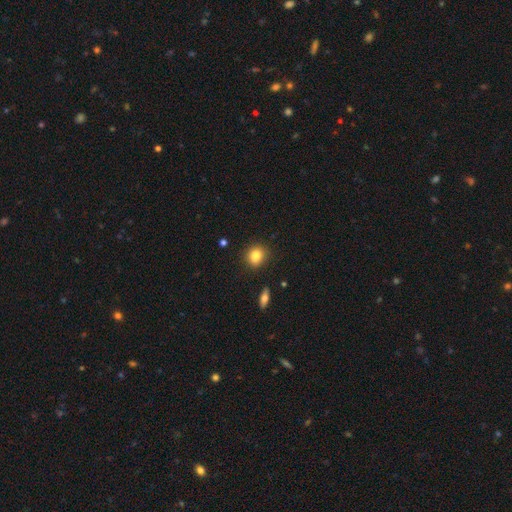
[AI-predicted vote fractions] Smooth or featured: smooth — 84% (star or artifact — 9%)
How rounded: round — 69% (in between — 30%)
Merging: none — 85% (minor disturbance — 10%)